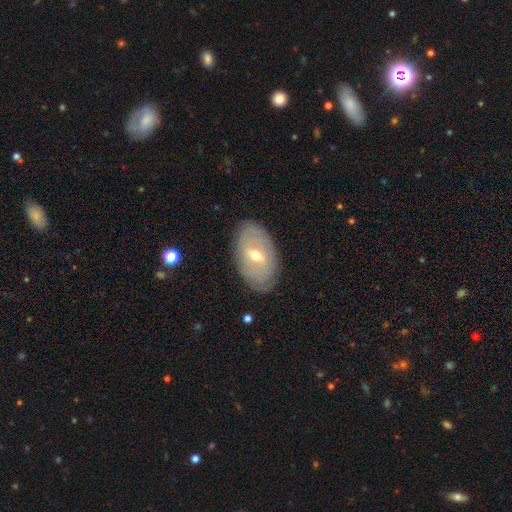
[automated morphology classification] Overall: featured or disk (60%; smooth 33%). Edge-on disk: no (89%). Bar: weak (52%; strong 25%). Spiral arms: no (54%; yes 46%). Bulge size: moderate (62%; small 33%). Merging: none (81%).